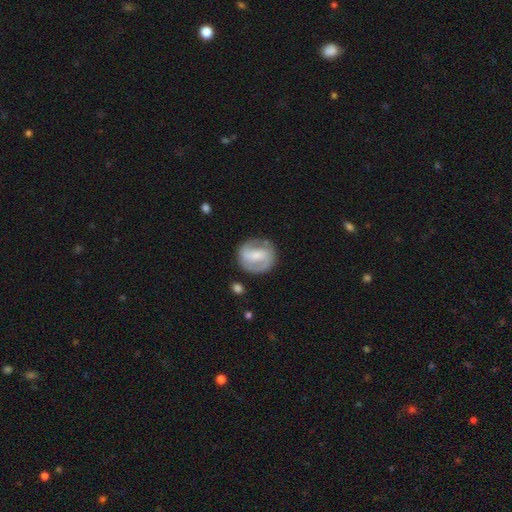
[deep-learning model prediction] featured or disk 70%, smooth 24%, star or artifact 6%. Down the decision tree: edge-on disk — no (97%); bar — weak (42%); spiral arms — yes (83%); spiral arm count — 2 (83%); spiral winding — medium (44%); bulge size — small (51%); merging — none (77%).